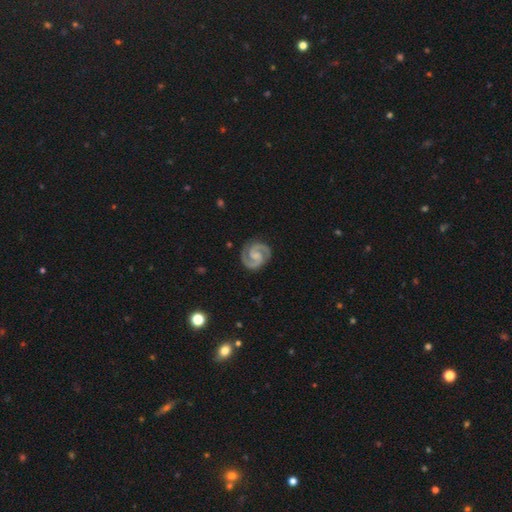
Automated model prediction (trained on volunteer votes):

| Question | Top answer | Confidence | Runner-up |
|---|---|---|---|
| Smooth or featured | featured or disk | 93% | smooth (4%) |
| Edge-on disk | no | 98% | yes (2%) |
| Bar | weak | 43% | no (42%) |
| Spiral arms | yes | 99% | no (1%) |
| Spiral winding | medium | 50% | tight (44%) |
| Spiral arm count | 2 | 95% | can't tell (1%) |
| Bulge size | none | 42% | small (29%) |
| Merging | none | 86% | minor disturbance (10%) |